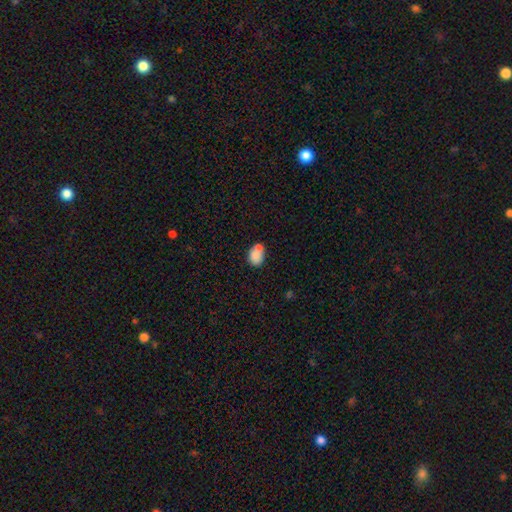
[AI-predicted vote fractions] Q: Smooth or featured?
A: smooth (80%); runner-up: featured or disk (11%)
Q: How rounded?
A: in between (66%); runner-up: round (33%)
Q: Merging?
A: merger (42%); runner-up: none (39%)